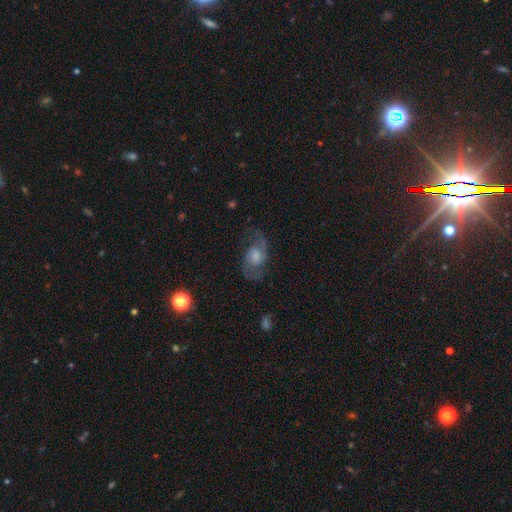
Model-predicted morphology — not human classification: This appears to be a featured or disk galaxy (78%) with no bar (57%), 2 (91%) medium (50%) spiral arms (94%) and a moderate central bulge (39%). Merging: none (71%).